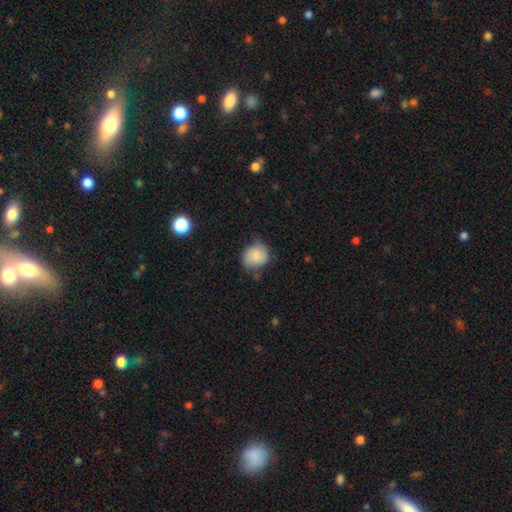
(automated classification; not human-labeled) smooth-or-featured: smooth: 75% | featured or disk: 17% | star or artifact: 8%
  how-rounded: round: 76% | in between: 23% | cigar-shaped: 1%
  merging: none: 62% | minor disturbance: 28% | major disturbance: 8% | merger: 2%